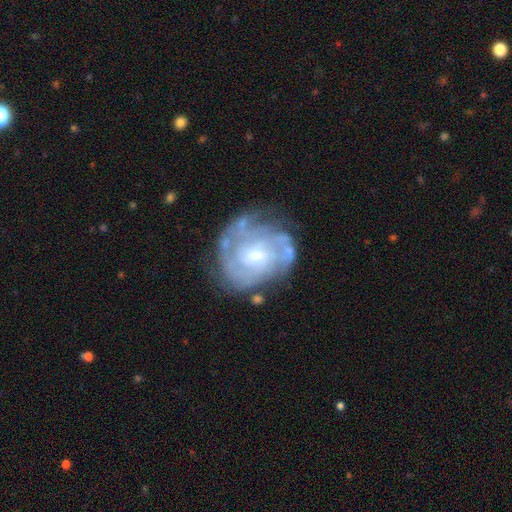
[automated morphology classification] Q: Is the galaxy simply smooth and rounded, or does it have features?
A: featured or disk — 82%.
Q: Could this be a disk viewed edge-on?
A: no — 98%.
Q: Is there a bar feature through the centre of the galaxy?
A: no — 64%.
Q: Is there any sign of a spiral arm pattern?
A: yes — 87%.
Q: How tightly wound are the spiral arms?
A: tight — 63%.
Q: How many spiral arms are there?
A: can't tell — 42%.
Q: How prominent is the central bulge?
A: small — 58%.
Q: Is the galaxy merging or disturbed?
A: none — 64%.